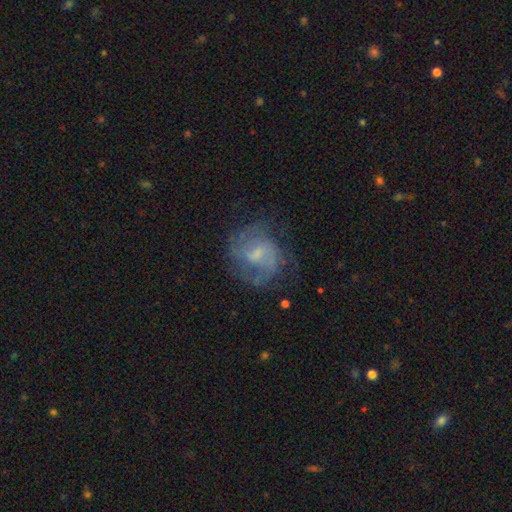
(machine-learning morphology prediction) Smooth or featured?
  - featured or disk: 70% *
  - smooth: 20%
  - star or artifact: 10%
Edge-on disk?
  - no: 97% *
  - yes: 3%
Bar?
  - weak: 54% *
  - no: 35%
  - strong: 12%
Spiral arms?
  - yes: 87% *
  - no: 13%
Spiral winding?
  - medium: 48% *
  - tight: 30%
  - loose: 22%
Spiral arm count?
  - 2: 54% *
  - can't tell: 25%
  - 3: 11%
  - 1: 5%
  - 4: 3%
  - more than 4: 3%
Bulge size?
  - small: 47% *
  - moderate: 34%
  - none: 15%
  - large: 3%
  - dominant: 1%
Merging?
  - none: 67% *
  - minor disturbance: 19%
  - major disturbance: 13%
  - merger: 2%